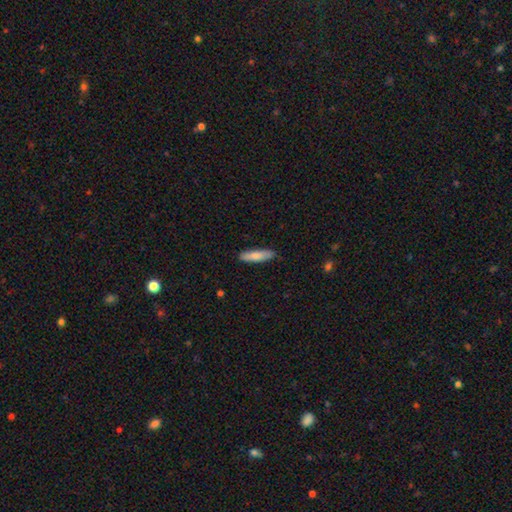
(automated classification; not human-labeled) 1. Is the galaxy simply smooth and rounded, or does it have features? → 81% smooth, 14% featured or disk, 5% star or artifact.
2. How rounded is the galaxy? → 73% cigar-shaped, 25% in between, 2% round.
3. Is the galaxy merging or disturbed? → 87% none, 10% minor disturbance, 2% major disturbance, 1% merger.